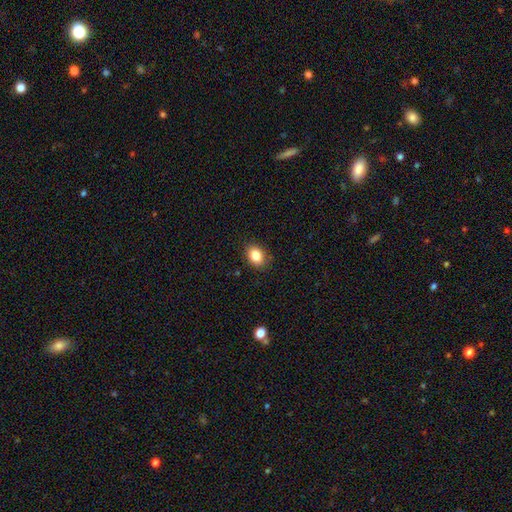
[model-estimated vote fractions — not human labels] smooth-or-featured: smooth: 85% | star or artifact: 9% | featured or disk: 6%
  how-rounded: in between: 69% | round: 30% | cigar-shaped: 1%
  merging: none: 86% | minor disturbance: 11% | major disturbance: 2% | merger: 1%